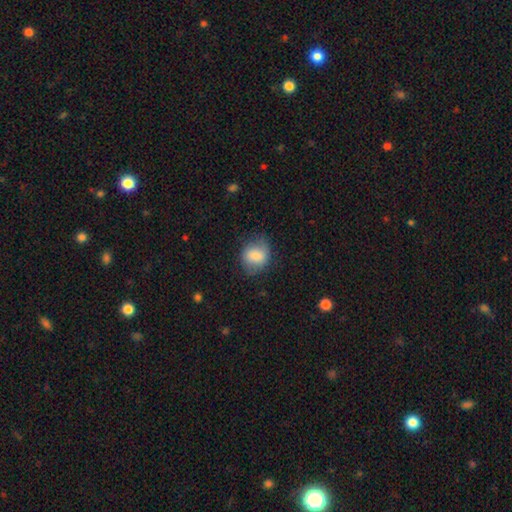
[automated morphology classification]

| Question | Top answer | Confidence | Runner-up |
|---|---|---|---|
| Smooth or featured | smooth | 81% | featured or disk (12%) |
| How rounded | round | 58% | in between (41%) |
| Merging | none | 70% | minor disturbance (22%) |